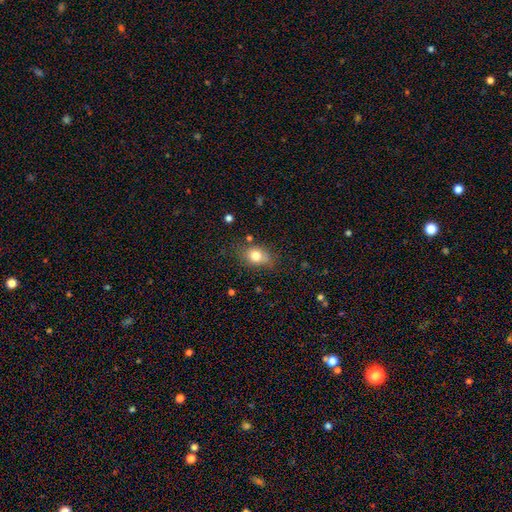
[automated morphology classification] A smooth galaxy with no disk features (78%) that is in between round and cigar-shaped (62%).

Vote fractions:
- Smooth or featured? smooth: 78% / featured or disk: 11% / star or artifact: 10%
- How rounded? in between: 62% / round: 36% / cigar-shaped: 1%
- Merging? none: 71% / minor disturbance: 20% / major disturbance: 5% / merger: 4%